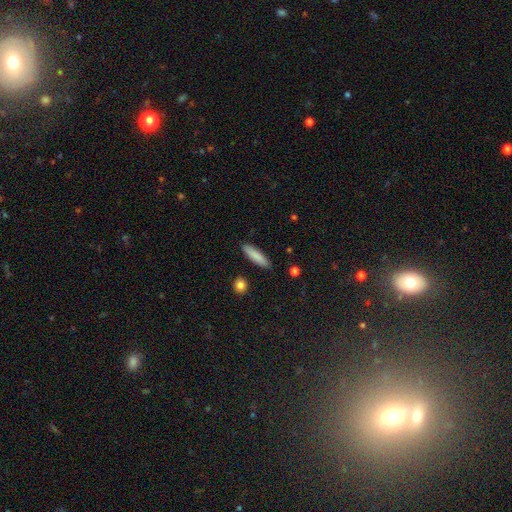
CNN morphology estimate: Smooth or featured? Predicted: smooth (p=0.86). How rounded? Predicted: cigar-shaped (p=0.72). Merging? Predicted: none (p=0.90).